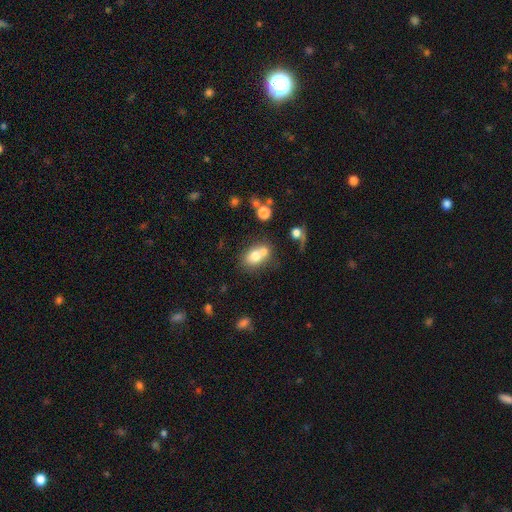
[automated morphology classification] Overall: smooth (72%). How rounded: in between (66%; round 33%). Merging: merger (46%; none 37%).